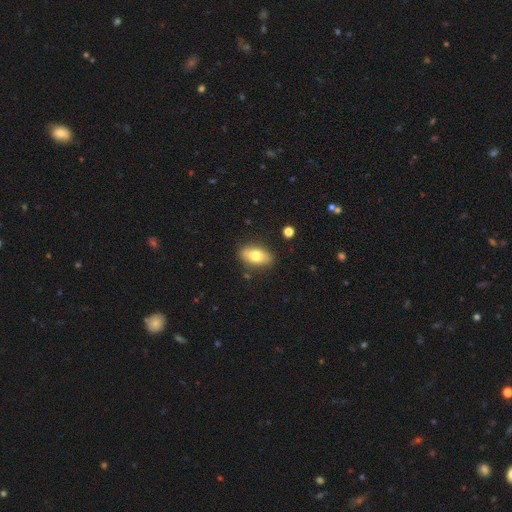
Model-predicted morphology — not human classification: Smooth or featured?
  - smooth: 70% *
  - featured or disk: 23%
  - star or artifact: 7%
How rounded?
  - in between: 88% *
  - round: 8%
  - cigar-shaped: 4%
Merging?
  - none: 83% *
  - minor disturbance: 12%
  - major disturbance: 3%
  - merger: 2%